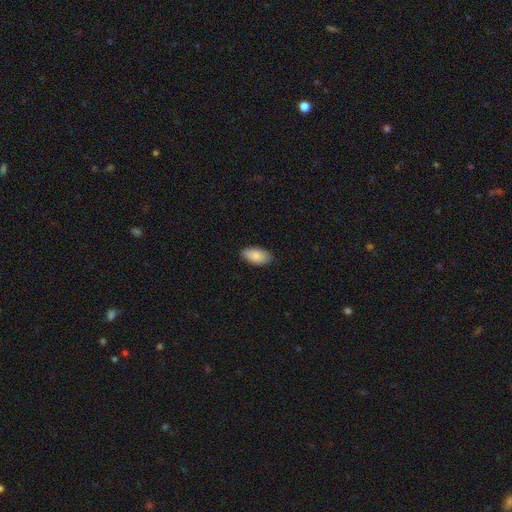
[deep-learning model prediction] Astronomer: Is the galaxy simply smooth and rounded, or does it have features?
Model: smooth — 88%.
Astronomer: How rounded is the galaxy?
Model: in between — 95%.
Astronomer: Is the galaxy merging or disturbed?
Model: none — 87%.